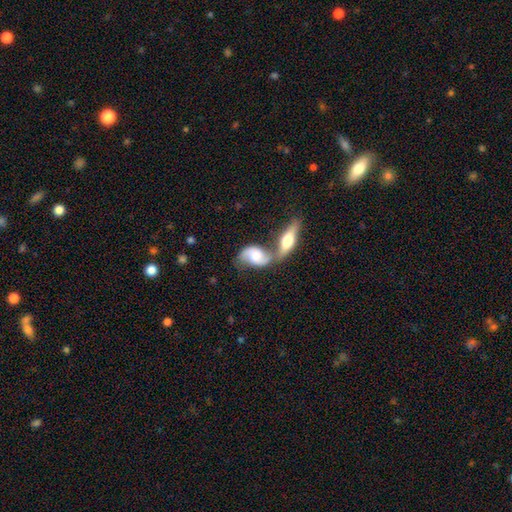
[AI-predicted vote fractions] smooth-or-featured: featured or disk: 68% | smooth: 26% | star or artifact: 6%
  disk-edge-on: no: 89% | yes: 11%
    bar: no: 58% | weak: 32% | strong: 10%
    has-spiral-arms: yes: 92% | no: 8%
      spiral-winding: loose: 68% | medium: 25% | tight: 7%
      spiral-arm-count: 2: 90% | can't tell: 4% | 1: 3% | 3: 1% | 4: 1% | more than 4: 1%
    bulge-size: large: 30% (tied) | moderate: 30% (tied) | small: 18% | none: 16% | dominant: 7%
  merging: merger: 60% | none: 25% | minor disturbance: 9% | major disturbance: 6%